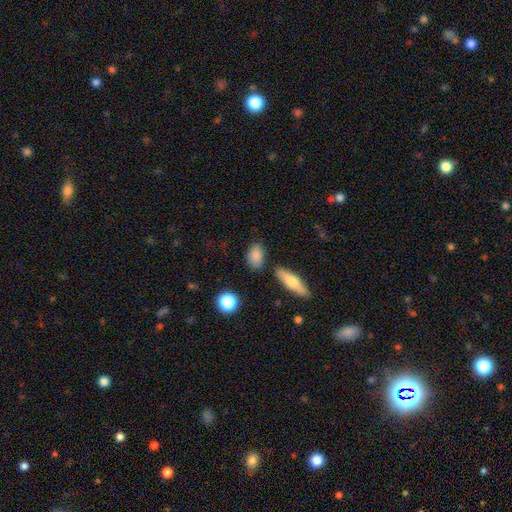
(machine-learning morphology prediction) Q: Smooth or featured?
A: smooth (86%); runner-up: star or artifact (7%)
Q: How rounded?
A: in between (82%); runner-up: round (14%)
Q: Merging?
A: none (78%); runner-up: minor disturbance (13%)